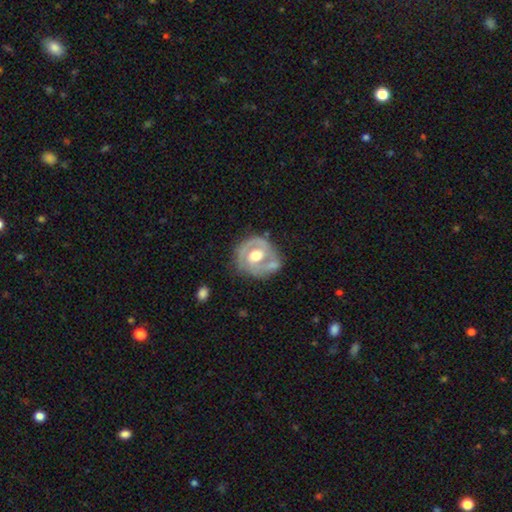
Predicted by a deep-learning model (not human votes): Smooth or featured: featured or disk — 72% (smooth — 23%)
Edge-on disk: no — 96% (yes — 4%)
Bar: no — 61% (weak — 30%)
Spiral arms: yes — 65% (no — 35%)
Bulge size: moderate — 68% (large — 24%)
Merging: none — 56% (minor disturbance — 25%)